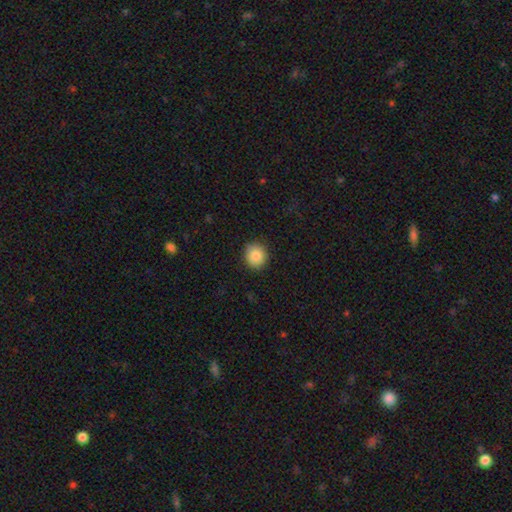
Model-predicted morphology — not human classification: This appears to be a smooth galaxy with no disk features (86%) that is round (85%). Merging: none (87%).